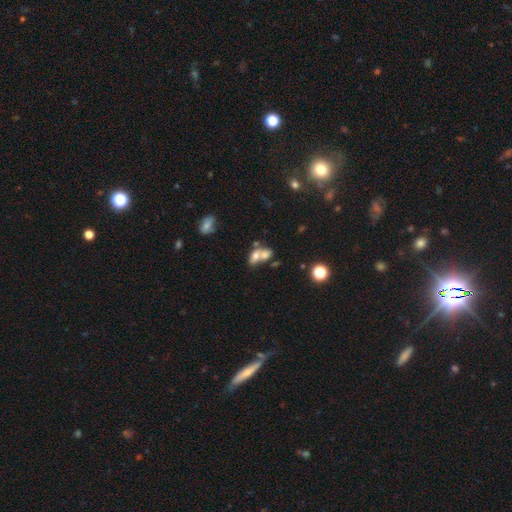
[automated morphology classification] Smooth or featured: smooth — 64% (featured or disk — 23%)
How rounded: in between — 72% (round — 24%)
Merging: merger — 69% (none — 18%)